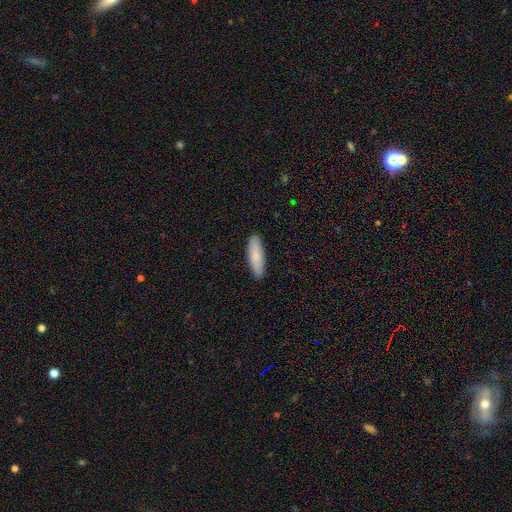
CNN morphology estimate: Overall: smooth (82%). How rounded: cigar-shaped (55%; in between 43%). Merging: none (90%).